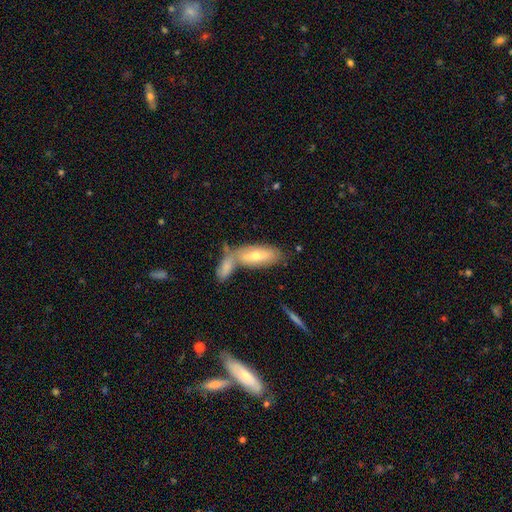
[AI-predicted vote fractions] Q: Smooth or featured?
A: smooth (56%); runner-up: featured or disk (37%)
Q: How rounded?
A: in between (68%); runner-up: cigar-shaped (30%)
Q: Merging?
A: merger (45%); runner-up: none (39%)